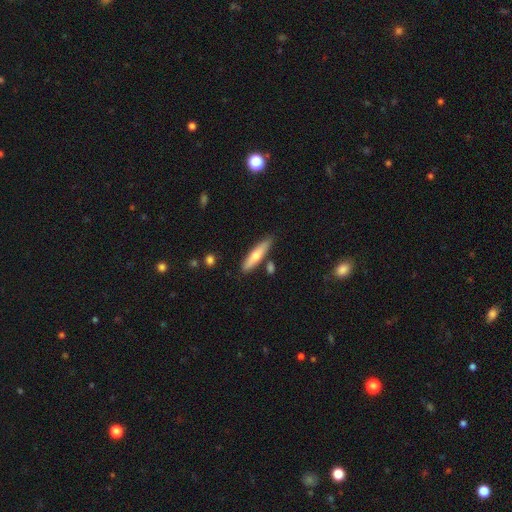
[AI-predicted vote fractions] Smooth or featured: smooth — 59% (featured or disk — 35%)
How rounded: cigar-shaped — 81% (in between — 18%)
Merging: none — 82% (minor disturbance — 11%)